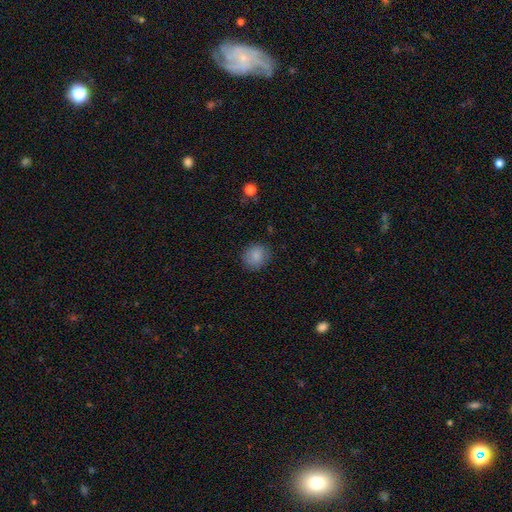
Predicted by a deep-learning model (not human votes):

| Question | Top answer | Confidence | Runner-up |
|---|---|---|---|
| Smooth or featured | smooth | 85% | star or artifact (9%) |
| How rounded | round | 75% | in between (24%) |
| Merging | none | 84% | minor disturbance (11%) |